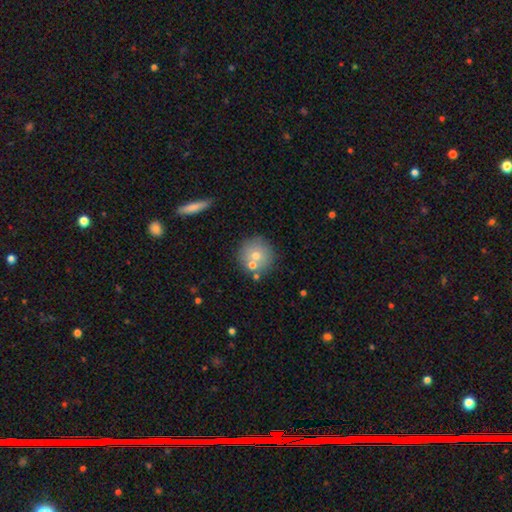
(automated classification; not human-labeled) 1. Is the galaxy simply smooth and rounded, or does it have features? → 69% smooth, 20% featured or disk, 11% star or artifact.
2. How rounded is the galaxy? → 93% round, 5% in between, 1% cigar-shaped.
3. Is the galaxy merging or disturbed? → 69% none, 20% merger, 8% minor disturbance, 3% major disturbance.